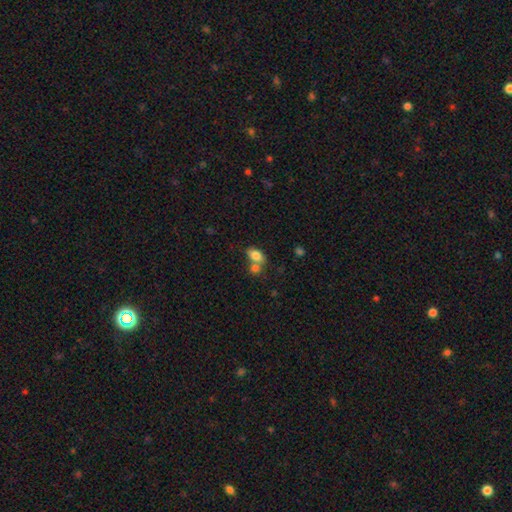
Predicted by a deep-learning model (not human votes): The model was most divided on "merging": merger: 43%, none: 41%, minor disturbance: 11%, major disturbance: 4%. More confident: how rounded — in between (87%); smooth or featured — smooth (80%).